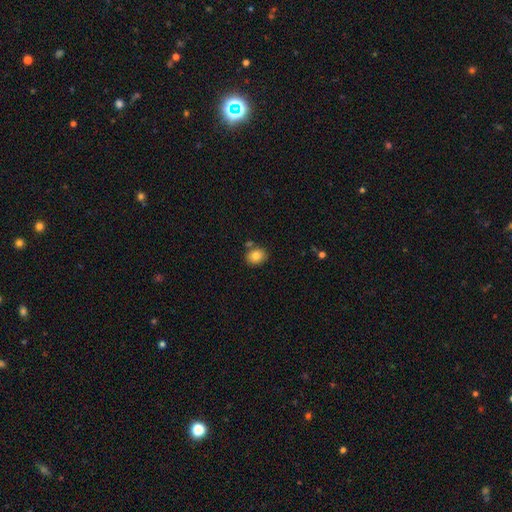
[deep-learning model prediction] Smooth or featured? smooth (82%)
How rounded? round (63%)
Merging? none (76%)